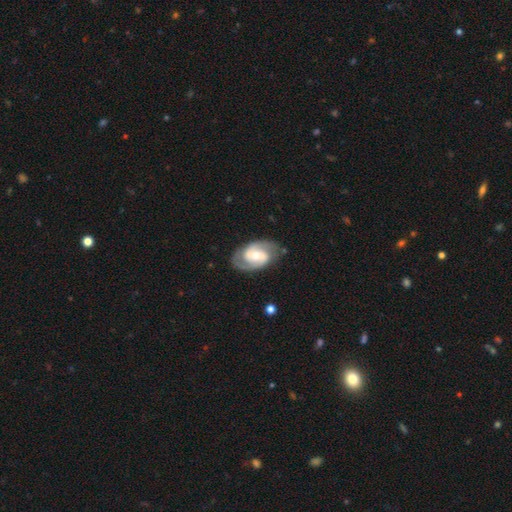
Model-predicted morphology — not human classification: smooth-or-featured: featured or disk: 83% | smooth: 13% | star or artifact: 5%
  disk-edge-on: no: 97% | yes: 3%
    bar: weak: 43% | no: 36% | strong: 21%
    has-spiral-arms: yes: 93% | no: 7%
      spiral-winding: medium: 50% | tight: 35% | loose: 15%
      spiral-arm-count: 2: 88% | can't tell: 6% | 3: 2% | 1: 2% | 4: 1% | more than 4: 1%
    bulge-size: moderate: 57% | small: 35% | large: 5% | none: 1% | dominant: 1%
  merging: none: 78% | minor disturbance: 15% | major disturbance: 5% | merger: 1%